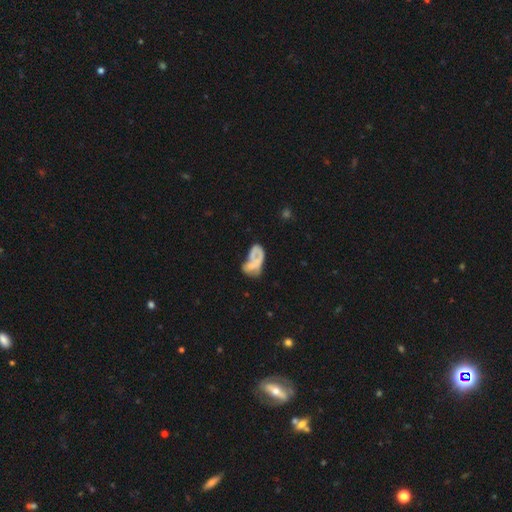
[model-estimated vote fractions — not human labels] Smooth or featured? featured or disk (48%)
Merging? none (31%)